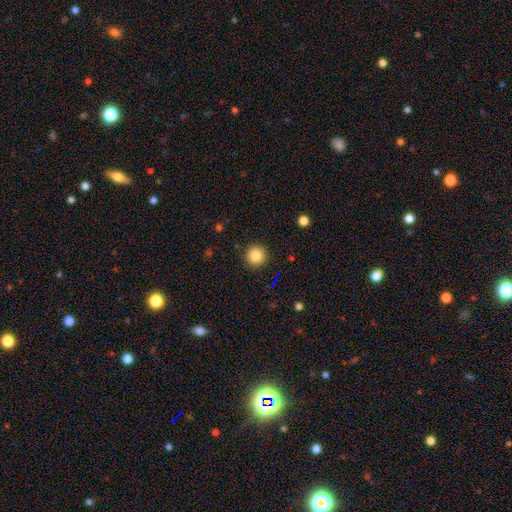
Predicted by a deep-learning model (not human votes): A smooth galaxy with no disk features (84%) that is round (96%).

Vote fractions:
- Smooth or featured? smooth: 84% / star or artifact: 11% / featured or disk: 6%
- How rounded? round: 96% / in between: 3% / cigar-shaped: 1%
- Merging? none: 91% / minor disturbance: 6% / major disturbance: 2% / merger: 1%